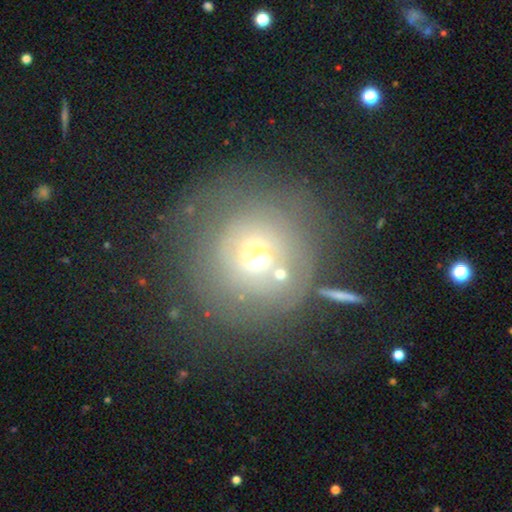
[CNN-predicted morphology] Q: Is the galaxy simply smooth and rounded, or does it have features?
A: smooth — 50%.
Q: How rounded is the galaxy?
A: round — 92%.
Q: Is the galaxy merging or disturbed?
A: none — 54%.